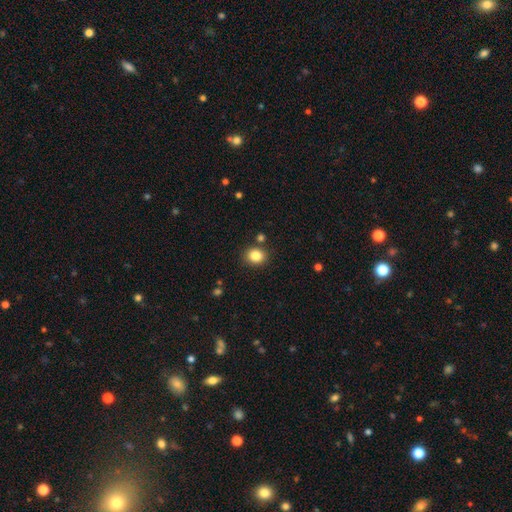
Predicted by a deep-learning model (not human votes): smooth_or_featured: smooth (p=0.84) [alt: star or artifact p=0.10]
how_rounded: round (p=0.71) [alt: in between p=0.28]
merging: none (p=0.84) [alt: minor disturbance p=0.09]